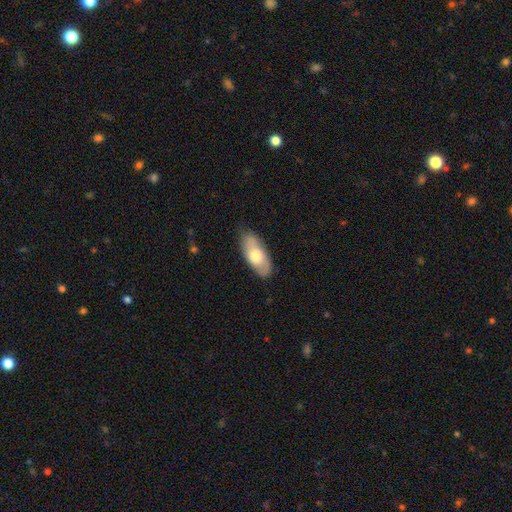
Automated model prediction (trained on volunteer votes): Morphology: type=smooth (65%); roundness=in between (87%); merging=none (79%).